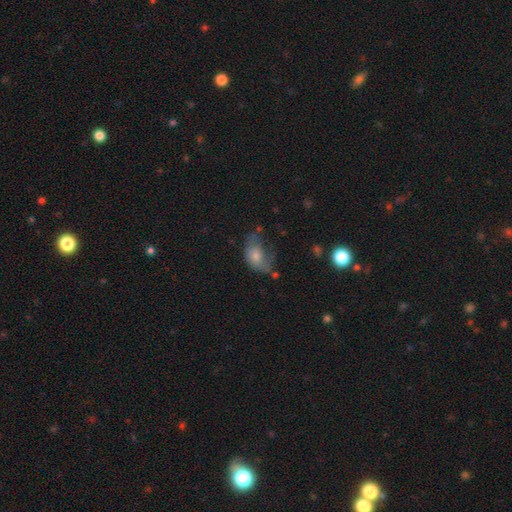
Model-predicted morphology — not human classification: smooth_or_featured: smooth (p=0.56) [alt: featured or disk p=0.33]
how_rounded: in between (p=0.79) [alt: round p=0.20]
merging: major disturbance (p=0.35) [alt: minor disturbance p=0.30]